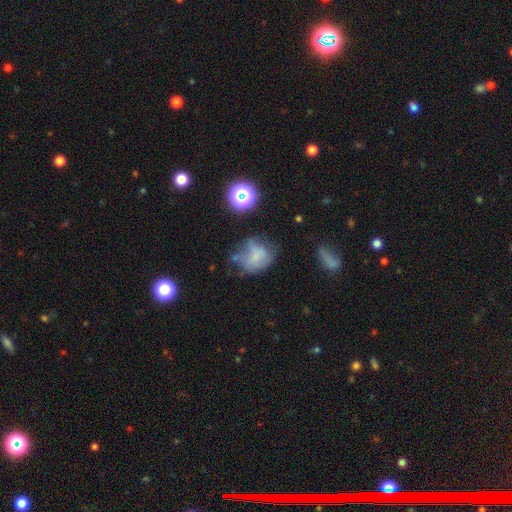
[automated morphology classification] Overall: smooth (55%; featured or disk 27%). How rounded: round (56%; in between 42%). Merging: none (34%; major disturbance 29%).